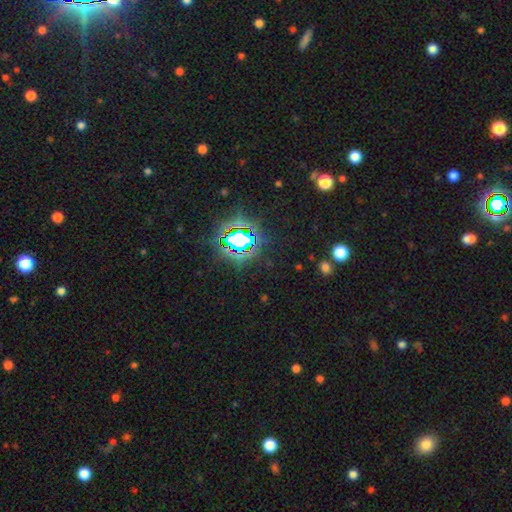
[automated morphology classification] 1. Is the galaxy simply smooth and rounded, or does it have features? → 82% star or artifact, 12% smooth, 7% featured or disk.